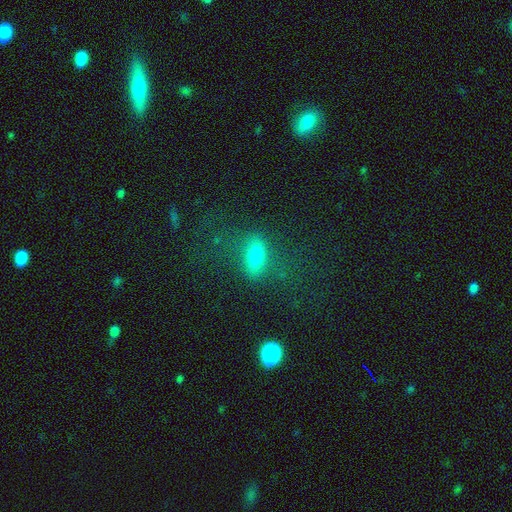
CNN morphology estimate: smooth_or_featured: smooth (p=0.68) [alt: star or artifact p=0.16]
how_rounded: in between (p=0.74) [alt: cigar-shaped p=0.14]
merging: none (p=0.66) [alt: minor disturbance p=0.16]